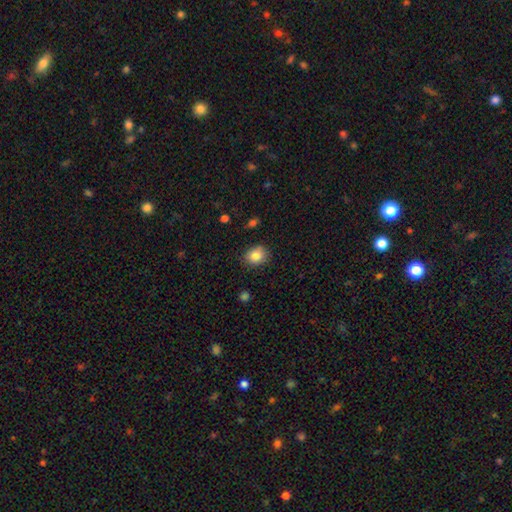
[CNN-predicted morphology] Overall: smooth (84%). How rounded: round (58%; in between 41%). Merging: none (83%).